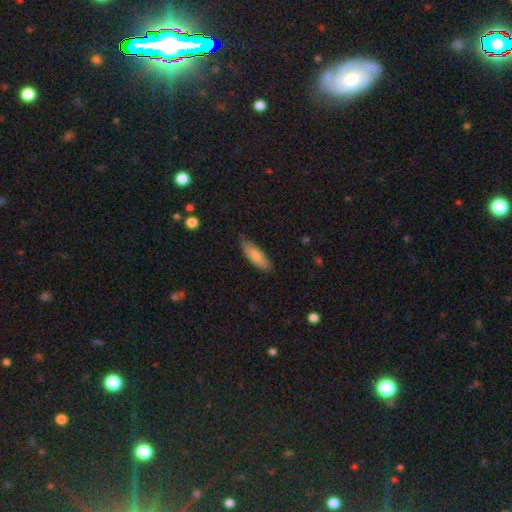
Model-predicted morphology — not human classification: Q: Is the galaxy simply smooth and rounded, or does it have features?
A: smooth — 79%.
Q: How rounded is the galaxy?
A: in between — 61%.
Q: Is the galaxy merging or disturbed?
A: none — 79%.